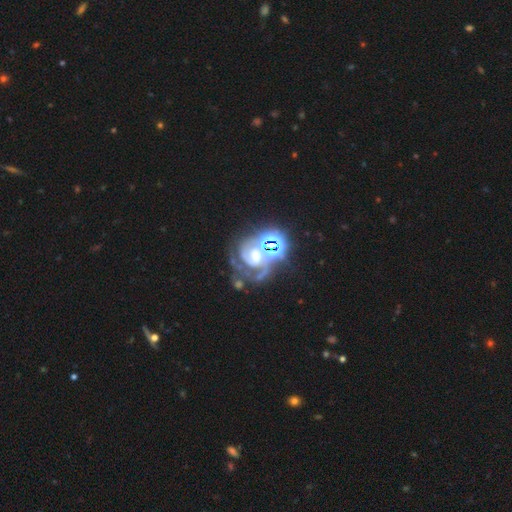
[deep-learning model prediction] smooth-or-featured: featured or disk: 75% | star or artifact: 18% | smooth: 7%
  disk-edge-on: no: 98% | yes: 2%
    bar: no: 46% | weak: 35% | strong: 19%
    has-spiral-arms: yes: 94% | no: 6%
      spiral-winding: tight: 51% | medium: 40% | loose: 9%
      spiral-arm-count: 2: 58% | can't tell: 13% | 3: 13% | 1: 9% | 4: 4% | more than 4: 4%
    bulge-size: moderate: 52% | small: 26% | large: 14% | none: 5% | dominant: 3%
  merging: none: 44% | major disturbance: 19% | merger: 19% | minor disturbance: 18%